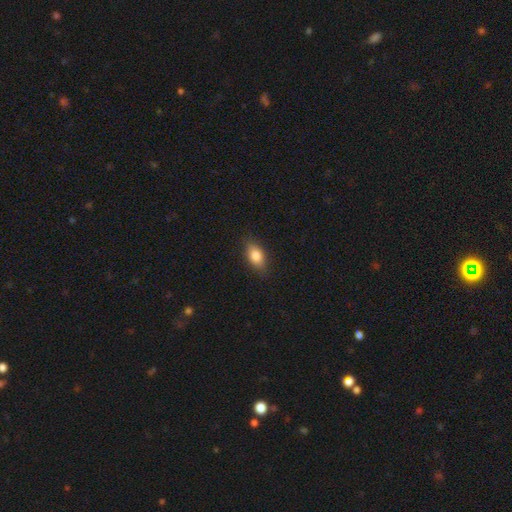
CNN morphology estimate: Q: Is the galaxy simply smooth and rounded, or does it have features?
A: smooth — 81%.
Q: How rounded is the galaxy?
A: in between — 85%.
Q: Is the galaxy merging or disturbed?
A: none — 83%.